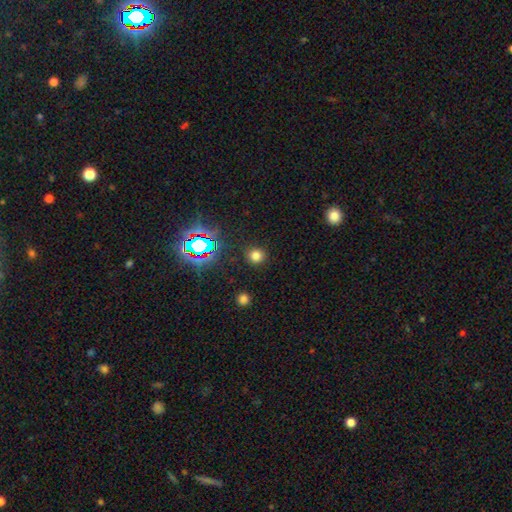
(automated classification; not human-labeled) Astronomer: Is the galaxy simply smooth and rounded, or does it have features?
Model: smooth — 72%.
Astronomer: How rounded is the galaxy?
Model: round — 91%.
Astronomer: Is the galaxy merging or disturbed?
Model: none — 89%.